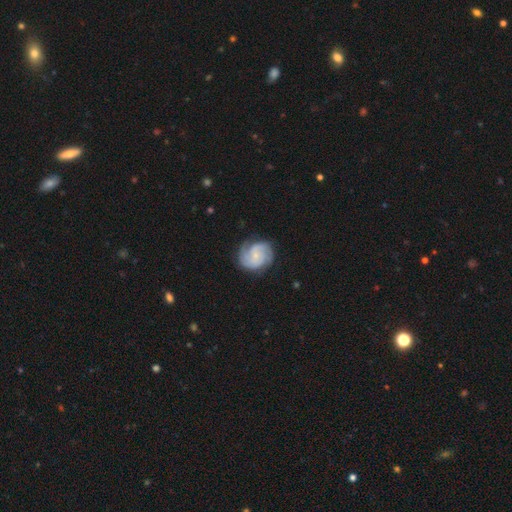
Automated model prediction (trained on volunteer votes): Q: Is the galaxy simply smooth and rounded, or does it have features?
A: featured or disk — 79%.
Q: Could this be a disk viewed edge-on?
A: no — 98%.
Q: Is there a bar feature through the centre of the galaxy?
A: no — 67%.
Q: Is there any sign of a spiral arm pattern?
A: yes — 96%.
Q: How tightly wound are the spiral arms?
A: tight — 52%.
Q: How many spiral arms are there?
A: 3 — 33%.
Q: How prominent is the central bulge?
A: small — 74%.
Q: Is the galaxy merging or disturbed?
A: none — 74%.